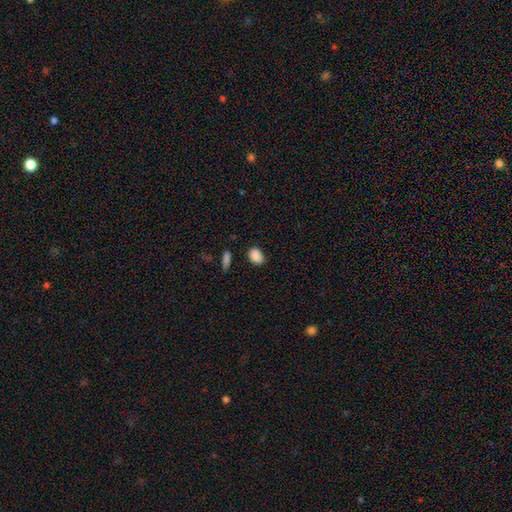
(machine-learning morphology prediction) Smooth or featured? smooth (88%)
How rounded? in between (81%)
Merging? none (82%)